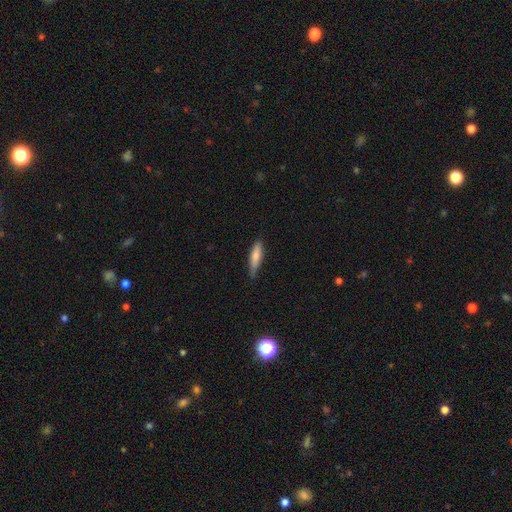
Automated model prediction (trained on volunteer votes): Smooth or featured? smooth (76%)
How rounded? cigar-shaped (71%)
Merging? none (73%)